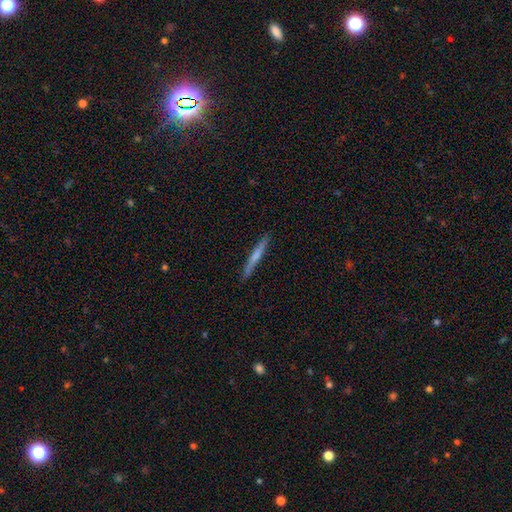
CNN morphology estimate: This is possibly a smooth galaxy (58%). How rounded: clearly cigar-shaped (96%). Merging: clearly none (89%).